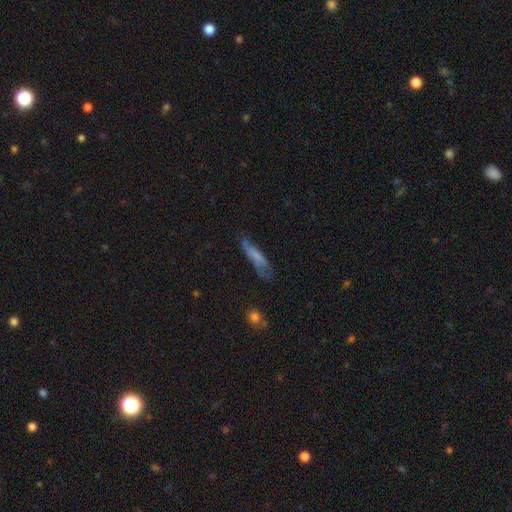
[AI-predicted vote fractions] Smooth or featured?
  - smooth: 62% *
  - featured or disk: 28%
  - star or artifact: 9%
How rounded?
  - cigar-shaped: 76% *
  - in between: 23%
  - round: 2%
Merging?
  - none: 52% *
  - minor disturbance: 29%
  - major disturbance: 15%
  - merger: 5%